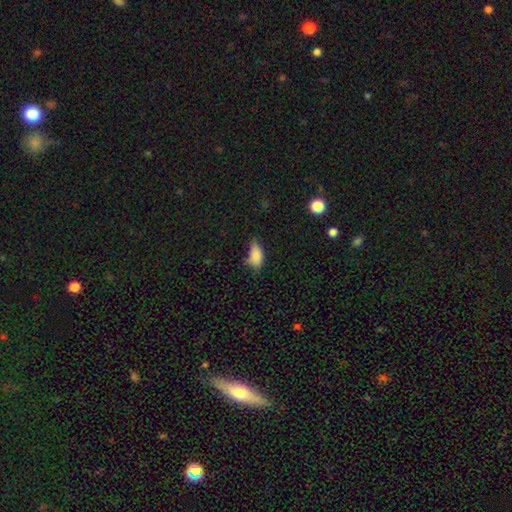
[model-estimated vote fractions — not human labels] Smooth or featured: smooth — 82% (star or artifact — 9%)
How rounded: in between — 90% (cigar-shaped — 6%)
Merging: none — 44% (minor disturbance — 40%)